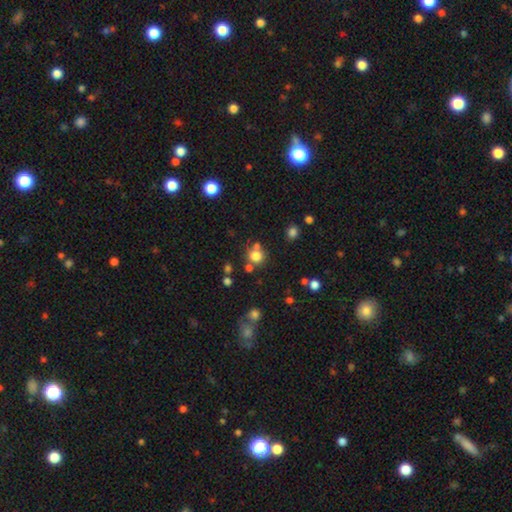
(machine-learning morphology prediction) smooth 77%, star or artifact 15%, featured or disk 8%. Down the decision tree: how rounded — round (90%); merging — none (67%).